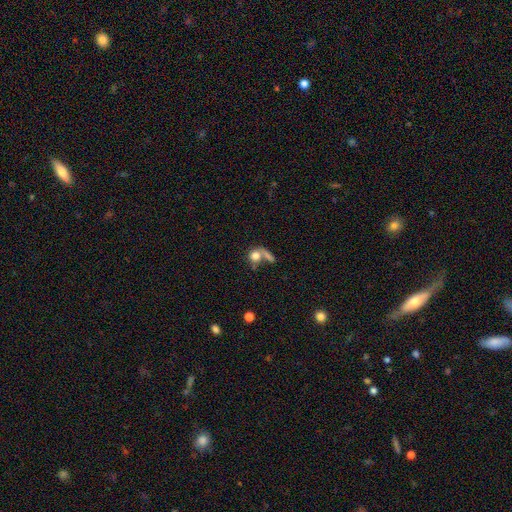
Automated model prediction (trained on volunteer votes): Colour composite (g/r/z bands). It shows a smooth galaxy with no disk features (75%) that is round (71%). Merging: merger (39%).